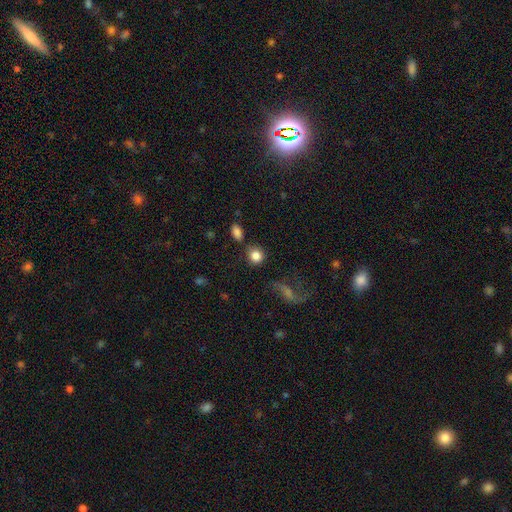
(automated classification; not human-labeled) Overall: smooth (84%). How rounded: round (84%). Merging: none (72%).